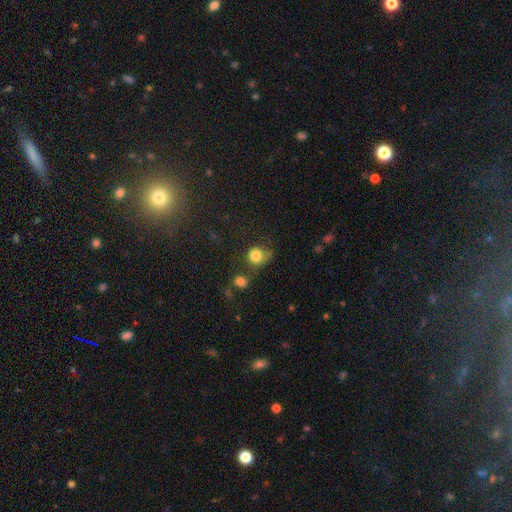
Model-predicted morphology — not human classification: Q: Smooth or featured?
A: smooth (81%); runner-up: star or artifact (10%)
Q: How rounded?
A: round (80%); runner-up: in between (19%)
Q: Merging?
A: none (44%); runner-up: minor disturbance (25%)